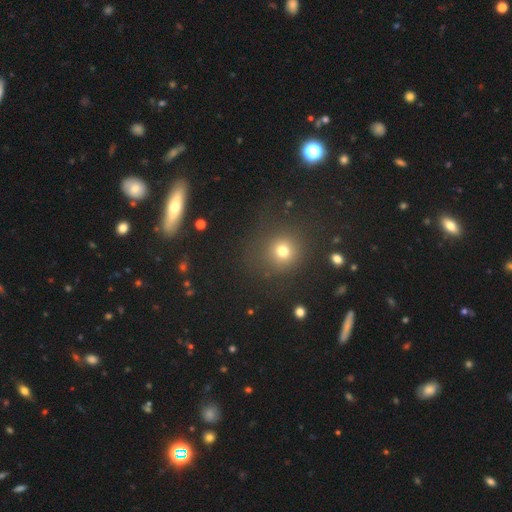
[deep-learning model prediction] Smooth or featured?
  - smooth: 54% *
  - star or artifact: 35%
  - featured or disk: 11%
How rounded?
  - round: 87% *
  - in between: 10%
  - cigar-shaped: 3%
Merging?
  - none: 87% *
  - minor disturbance: 7%
  - merger: 3%
  - major disturbance: 3%